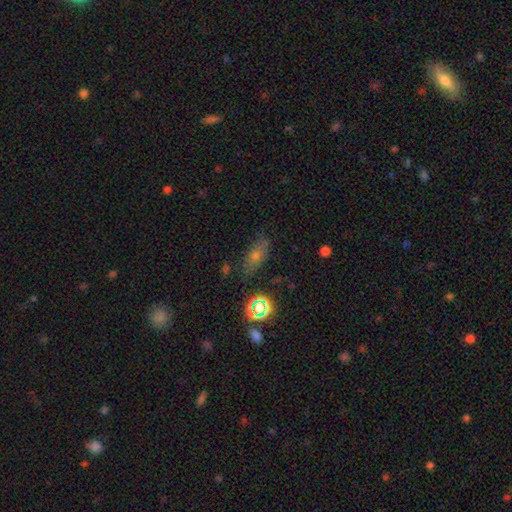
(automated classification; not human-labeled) Smooth or featured?
  - smooth: 52% *
  - star or artifact: 24%
  - featured or disk: 23%
How rounded?
  - in between: 68% *
  - cigar-shaped: 18%
  - round: 14%
Merging?
  - none: 72% *
  - minor disturbance: 19%
  - major disturbance: 6%
  - merger: 3%